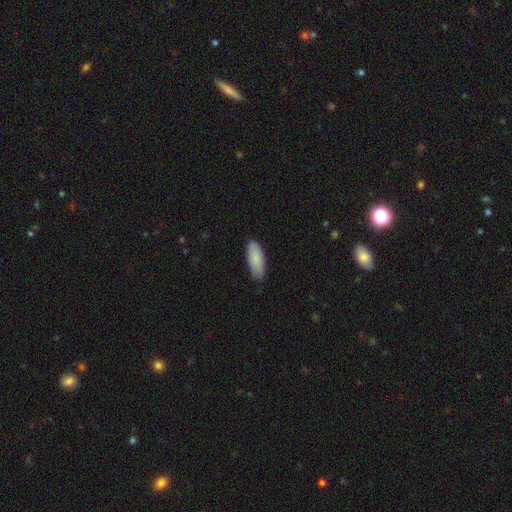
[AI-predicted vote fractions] Smooth or featured? Predicted: smooth (p=0.87). How rounded? Predicted: in between (p=0.73). Merging? Predicted: none (p=0.80).